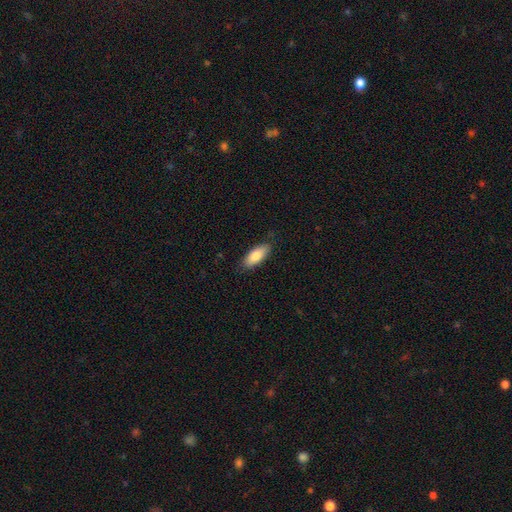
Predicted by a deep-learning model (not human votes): A smooth galaxy with no disk features (84%) that is in between round and cigar-shaped (77%).

Vote fractions:
- Smooth or featured? smooth: 84% / featured or disk: 10% / star or artifact: 6%
- How rounded? in between: 77% / cigar-shaped: 21% / round: 2%
- Merging? none: 84% / minor disturbance: 12% / major disturbance: 2% / merger: 1%